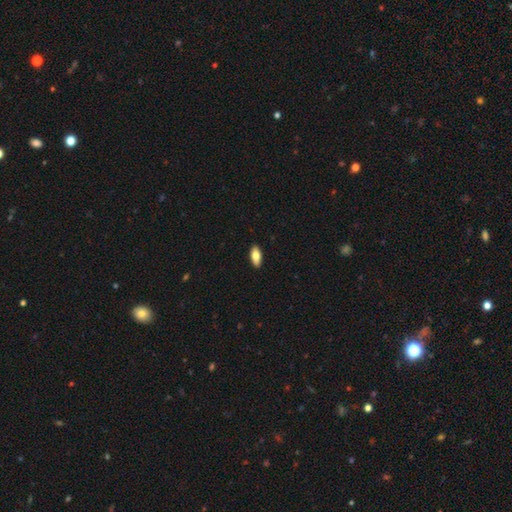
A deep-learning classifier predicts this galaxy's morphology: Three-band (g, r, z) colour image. It shows a smooth galaxy with no disk features (76%) that is in between round and cigar-shaped (85%). Merging: none (90%).